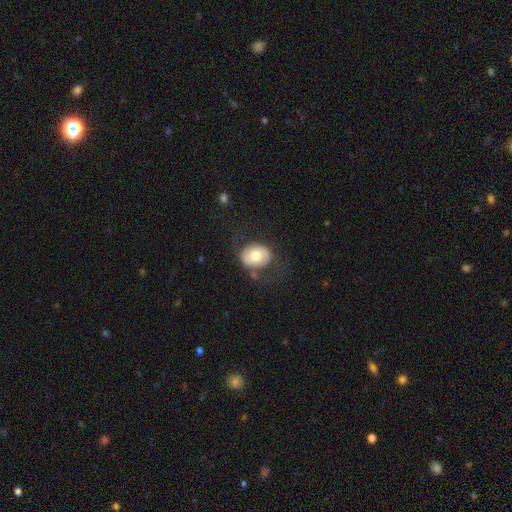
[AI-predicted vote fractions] Smooth or featured: smooth — 51% (featured or disk — 43%)
How rounded: round — 57% (in between — 42%)
Merging: none — 66% (minor disturbance — 17%)